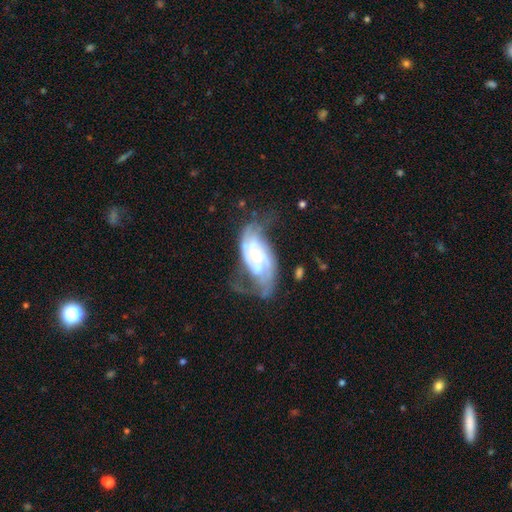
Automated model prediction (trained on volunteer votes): This is clearly a featured or disk galaxy (85%). It is clearly not viewed edge-on (95%). Bar: likely no (60%). Spiral arm pattern: clearly yes (92%). Spiral arm count: possibly 2 (60%). Spiral winding: marginally medium (42%). Central bulge: likely moderate (62%). Merging: marginally none (42%).